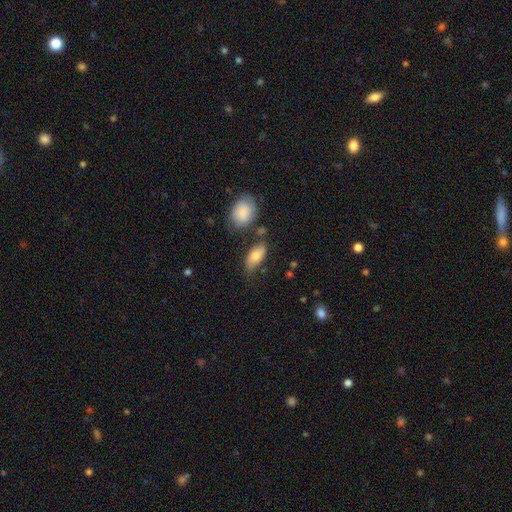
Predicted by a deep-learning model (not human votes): Overall: smooth (75%). How rounded: in between (89%). Merging: none (57%; minor disturbance 26%).